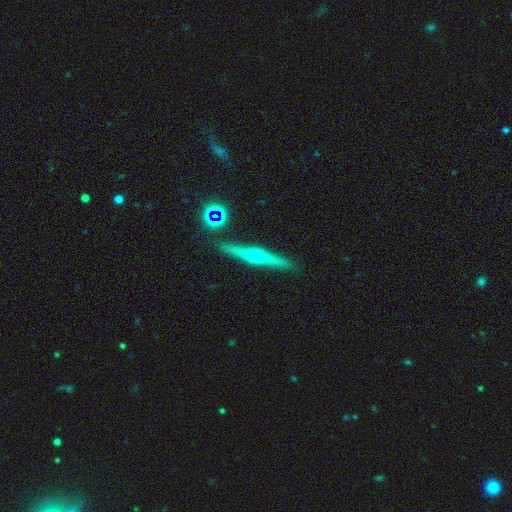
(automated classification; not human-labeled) featured or disk 73%, smooth 20%, star or artifact 7%. Down the decision tree: edge-on disk — yes (98%); edge-on bulge — rounded (93%); merging — none (89%).